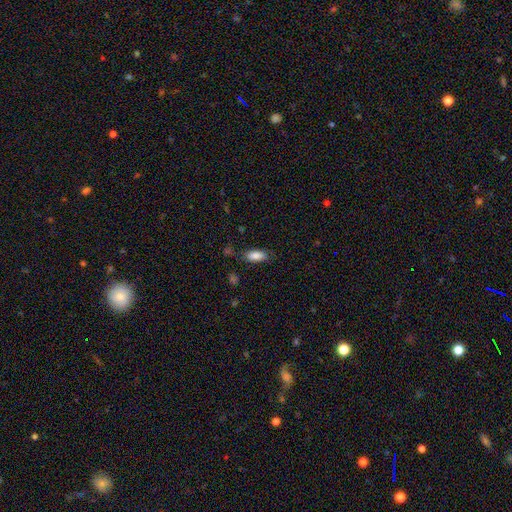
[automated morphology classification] Smooth or featured? smooth (85%)
How rounded? in between (82%)
Merging? none (79%)